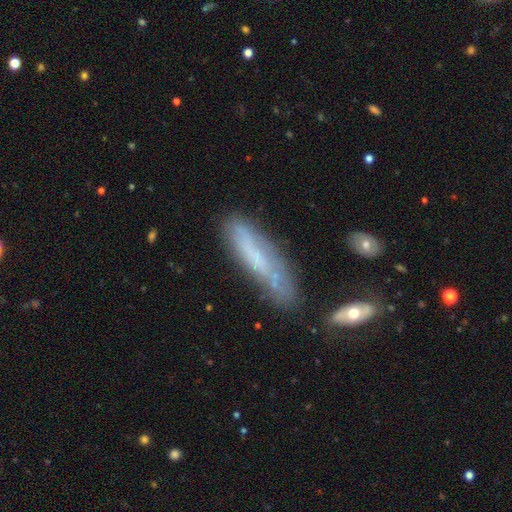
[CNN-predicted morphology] smooth-or-featured: smooth: 49% | featured or disk: 41% | star or artifact: 10%
  merging: none: 61% | minor disturbance: 24% | major disturbance: 9% | merger: 6%